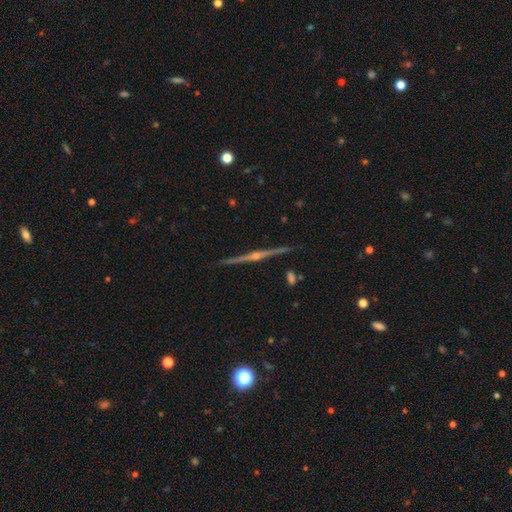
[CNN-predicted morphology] The model was most divided on "smooth or featured": featured or disk: 85%, smooth: 8%, star or artifact: 7%. More confident: edge-on disk — yes (98%); merging — none (91%); edge-on bulge — rounded (87%).